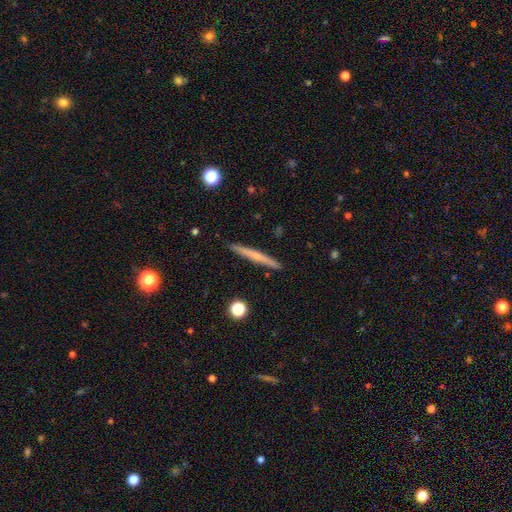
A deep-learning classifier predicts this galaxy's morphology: smooth 47%, featured or disk 46%, star or artifact 7%. Down the decision tree: merging — none (92%).